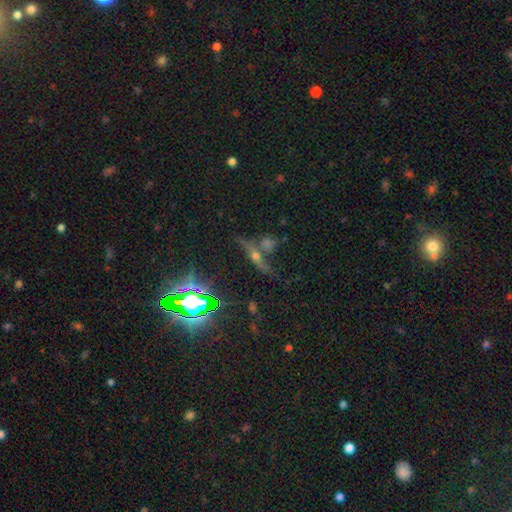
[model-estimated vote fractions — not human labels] Morphology: type=featured or disk (48%); merging=none (51%).